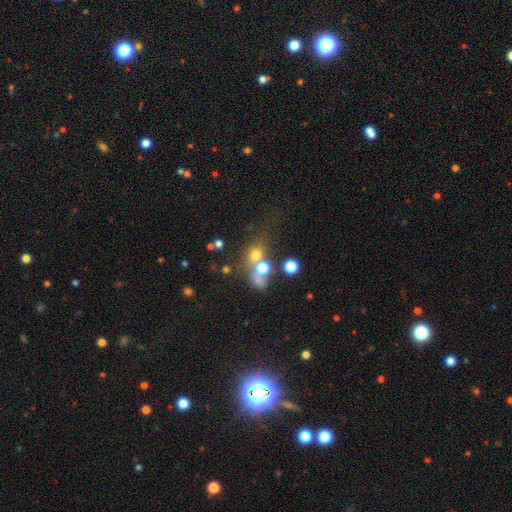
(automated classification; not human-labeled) smooth 62%, star or artifact 21%, featured or disk 17%. Down the decision tree: how rounded — round (67%); merging — merger (40%).